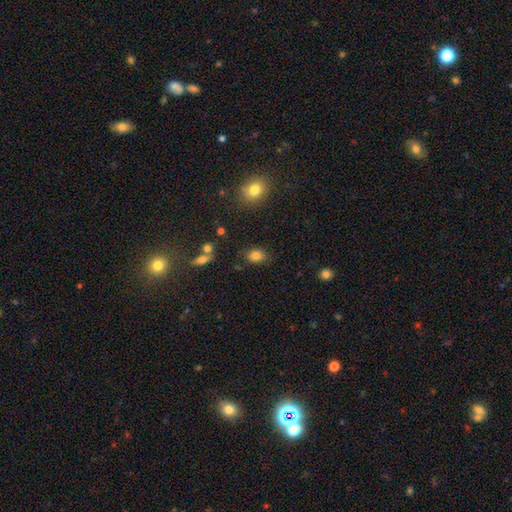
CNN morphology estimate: Smooth or featured? smooth (83%)
How rounded? in between (63%)
Merging? none (77%)